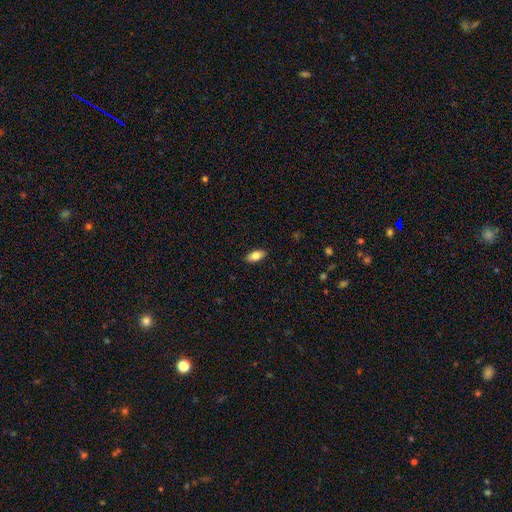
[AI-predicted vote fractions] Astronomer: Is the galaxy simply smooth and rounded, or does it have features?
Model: smooth — 79%.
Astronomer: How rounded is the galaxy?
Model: in between — 90%.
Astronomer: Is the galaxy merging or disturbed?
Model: none — 89%.